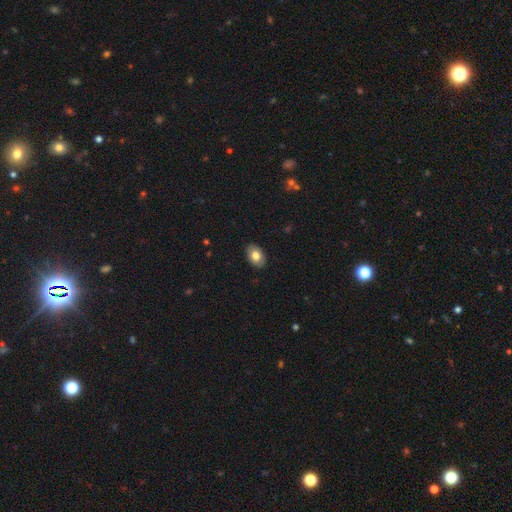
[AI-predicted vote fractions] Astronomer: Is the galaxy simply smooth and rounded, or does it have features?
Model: smooth — 79%.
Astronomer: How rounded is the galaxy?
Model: in between — 88%.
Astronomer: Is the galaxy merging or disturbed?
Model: none — 88%.